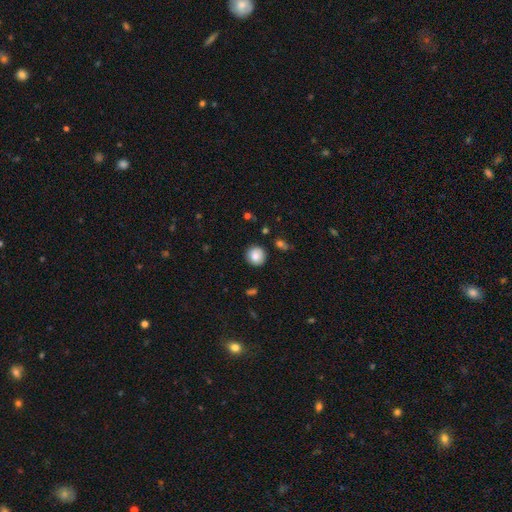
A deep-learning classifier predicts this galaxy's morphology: A smooth galaxy with no disk features (83%) that is round (92%).

Vote fractions:
- Smooth or featured? smooth: 83% / star or artifact: 9% / featured or disk: 8%
- How rounded? round: 92% / in between: 7% / cigar-shaped: 1%
- Merging? none: 88% / minor disturbance: 8% / major disturbance: 2% / merger: 2%